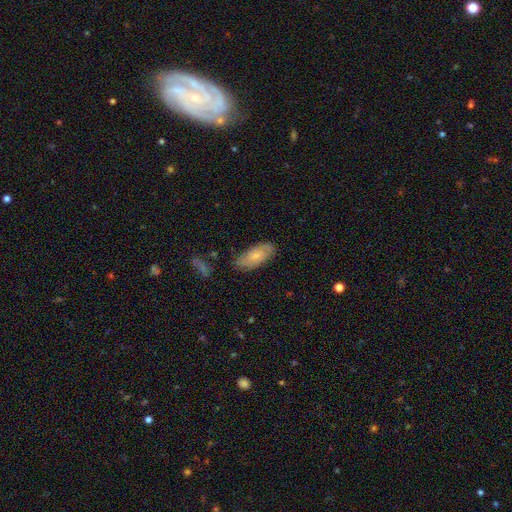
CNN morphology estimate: A smooth galaxy with no disk features (59%) that is in between round and cigar-shaped (87%). Merging: none (74%).